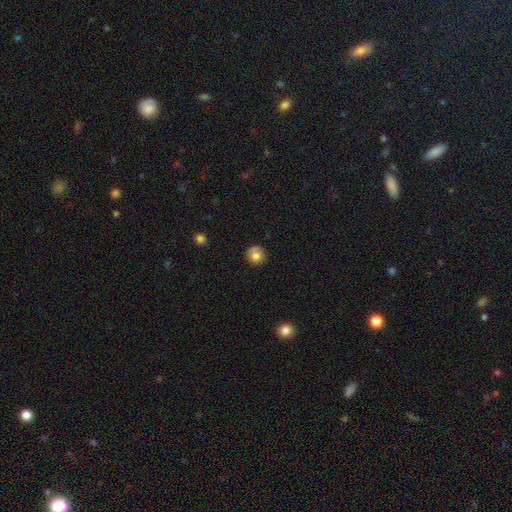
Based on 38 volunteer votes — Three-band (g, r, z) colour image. It shows a smooth galaxy with no disk features (82%) that is round (84%). Merging: none (71%).